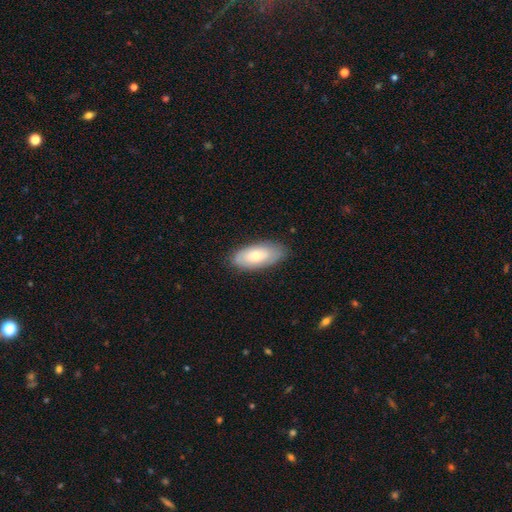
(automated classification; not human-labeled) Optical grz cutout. It shows a smooth galaxy with no disk features (69%) that is in between round and cigar-shaped (88%). Merging: none (81%).